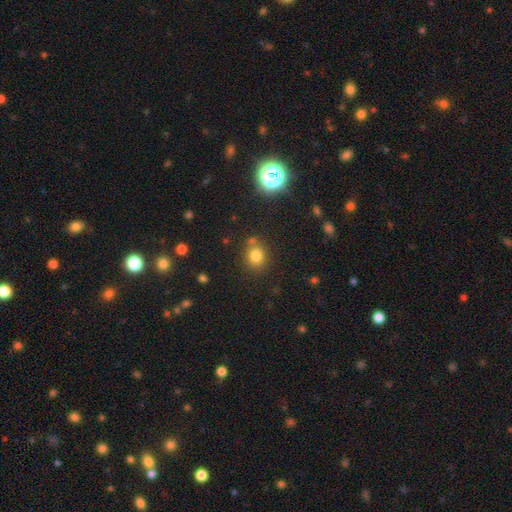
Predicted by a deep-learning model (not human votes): Smooth or featured?
  - smooth: 78% *
  - star or artifact: 15%
  - featured or disk: 7%
How rounded?
  - round: 69% *
  - in between: 30%
  - cigar-shaped: 1%
Merging?
  - none: 74% *
  - minor disturbance: 12%
  - merger: 10%
  - major disturbance: 4%